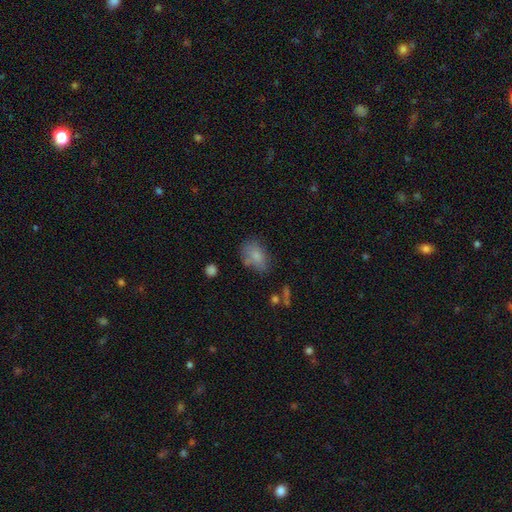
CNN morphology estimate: Q: Smooth or featured?
A: smooth (78%); runner-up: featured or disk (12%)
Q: How rounded?
A: in between (83%); runner-up: round (15%)
Q: Merging?
A: none (55%); runner-up: minor disturbance (26%)